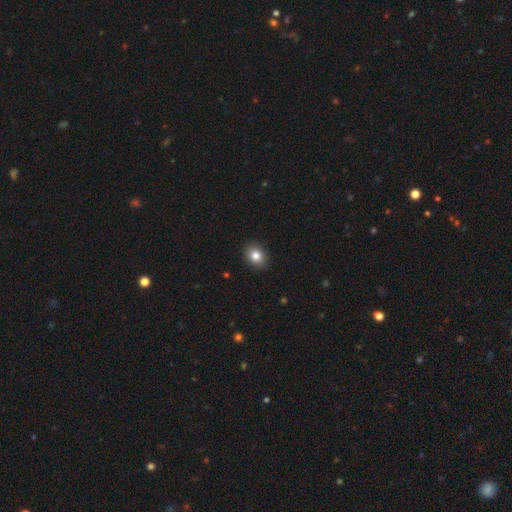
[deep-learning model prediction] Smooth or featured? Predicted: smooth (p=0.83). How rounded? Predicted: round (p=0.55). Merging? Predicted: none (p=0.91).